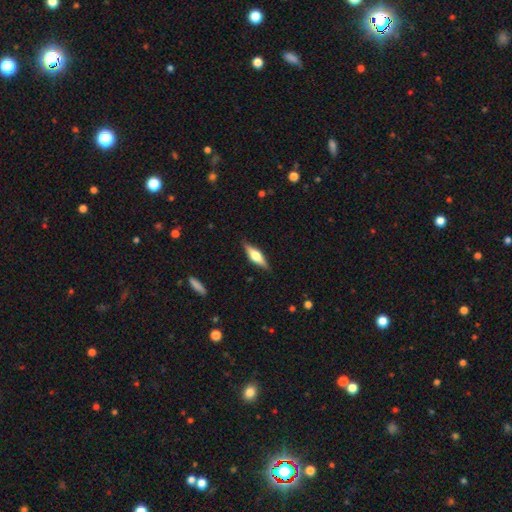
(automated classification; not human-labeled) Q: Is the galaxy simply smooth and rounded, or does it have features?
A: featured or disk — 60%.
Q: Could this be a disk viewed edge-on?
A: yes — 95%.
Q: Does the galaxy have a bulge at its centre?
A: rounded — 91%.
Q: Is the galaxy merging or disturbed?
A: none — 88%.